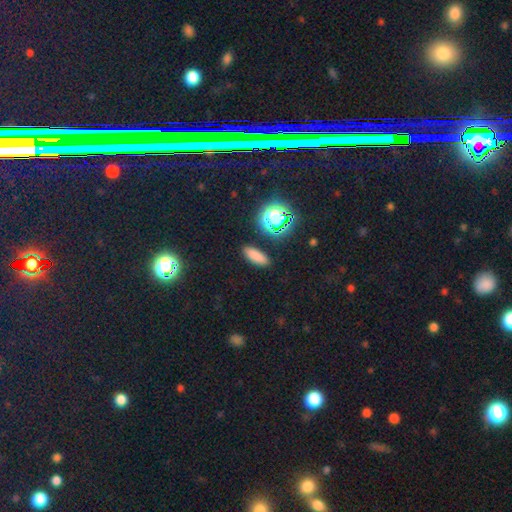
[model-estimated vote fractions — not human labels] A smooth galaxy with no disk features (76%) that is in between round and cigar-shaped (58%).

Vote fractions:
- Smooth or featured? smooth: 76% / star or artifact: 18% / featured or disk: 6%
- How rounded? in between: 58% / cigar-shaped: 35% / round: 7%
- Merging? none: 88% / minor disturbance: 8% / major disturbance: 2% / merger: 2%